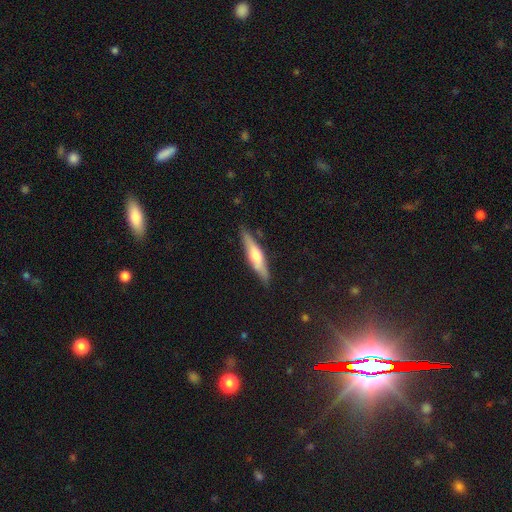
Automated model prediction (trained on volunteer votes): A featured or disk galaxy (54%) viewed edge-on (93%) with a rounded central bulge (82%). Merging: none (84%).